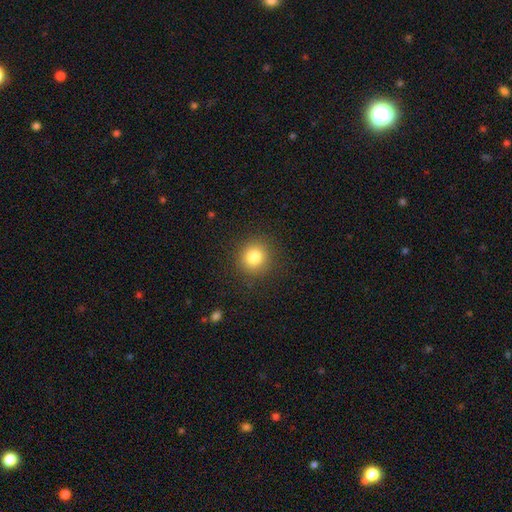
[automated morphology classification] Smooth or featured?
  - smooth: 82% *
  - star or artifact: 12%
  - featured or disk: 6%
How rounded?
  - round: 90% *
  - in between: 9%
  - cigar-shaped: 1%
Merging?
  - none: 90% *
  - minor disturbance: 6%
  - major disturbance: 3%
  - merger: 1%